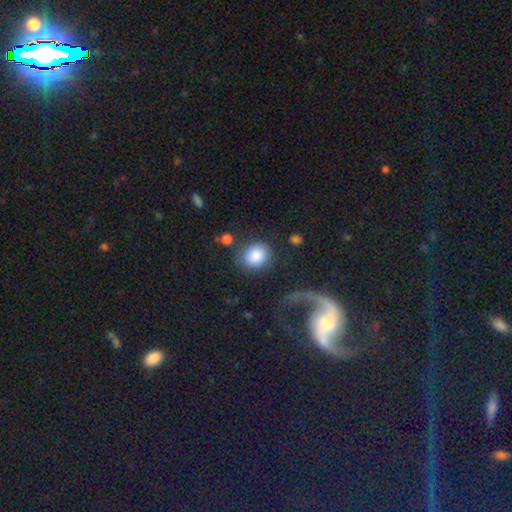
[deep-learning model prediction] Smooth or featured? Predicted: smooth (p=0.85). How rounded? Predicted: round (p=0.69). Merging? Predicted: none (p=0.70).